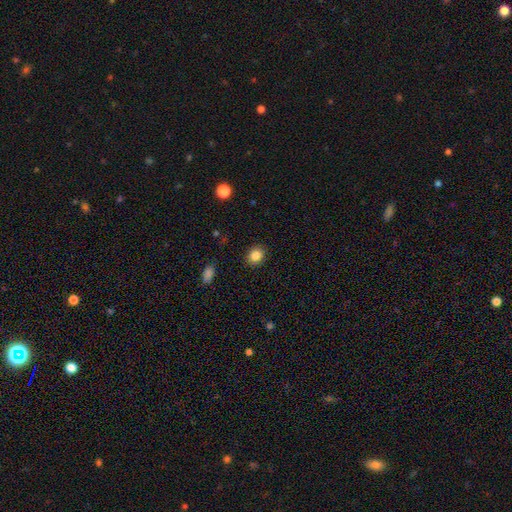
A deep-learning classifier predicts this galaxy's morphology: smooth 85%, star or artifact 11%, featured or disk 5%. Down the decision tree: how rounded — round (67%); merging — none (89%).